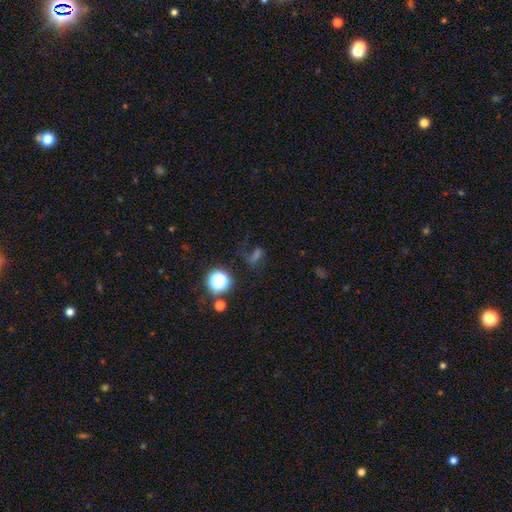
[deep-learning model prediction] star or artifact 41%, smooth 38%, featured or disk 21%.